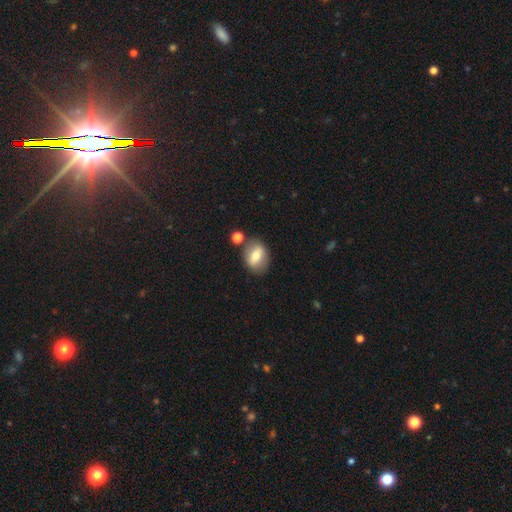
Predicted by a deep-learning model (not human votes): smooth-or-featured: smooth: 66% | featured or disk: 26% | star or artifact: 8%
  how-rounded: in between: 70% | round: 28% | cigar-shaped: 2%
  merging: none: 76% | minor disturbance: 12% | merger: 8% | major disturbance: 4%